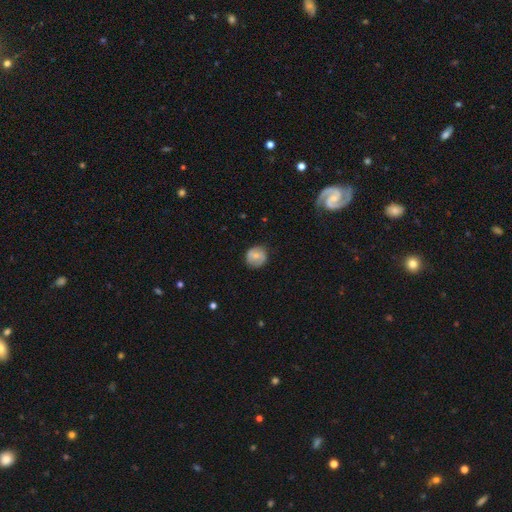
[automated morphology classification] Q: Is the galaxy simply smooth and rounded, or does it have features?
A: smooth — 63%.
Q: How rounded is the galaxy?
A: round — 90%.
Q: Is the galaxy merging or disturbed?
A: none — 83%.